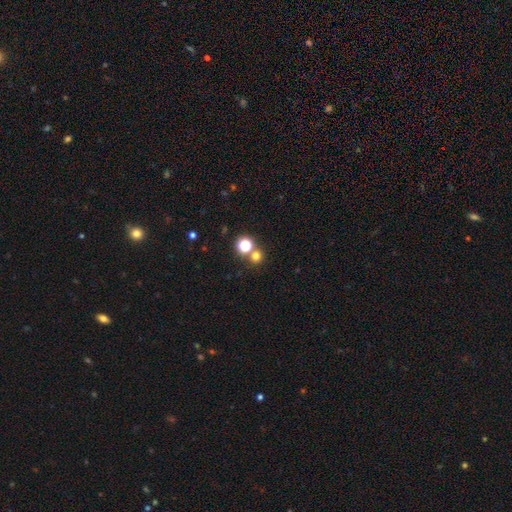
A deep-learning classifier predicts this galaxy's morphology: Overall: smooth (69%). How rounded: round (89%). Merging: none (67%).